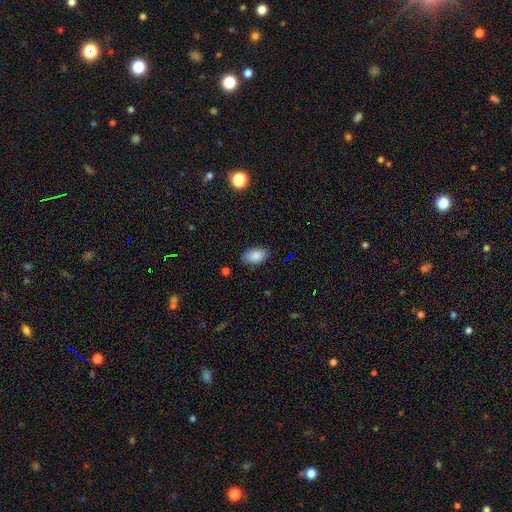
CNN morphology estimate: A smooth galaxy with no disk features (87%) that is in between round and cigar-shaped (92%).

Vote fractions:
- Smooth or featured? smooth: 87% / star or artifact: 8% / featured or disk: 5%
- How rounded? in between: 92% / round: 6% / cigar-shaped: 1%
- Merging? none: 84% / minor disturbance: 12% / major disturbance: 3% / merger: 1%